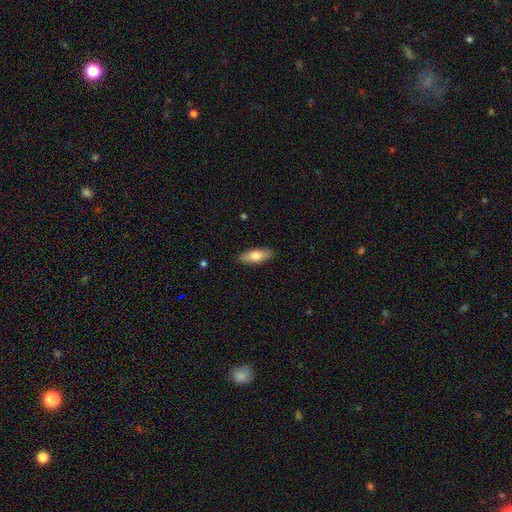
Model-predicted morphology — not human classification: Smooth or featured? smooth (74%)
How rounded? in between (68%)
Merging? none (89%)